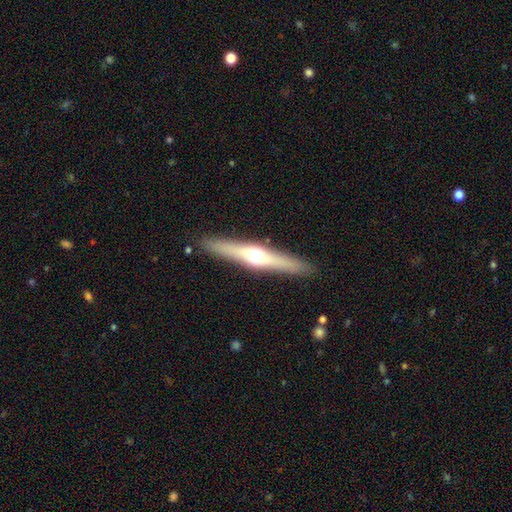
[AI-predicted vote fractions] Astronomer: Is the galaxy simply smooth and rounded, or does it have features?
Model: featured or disk — 62%.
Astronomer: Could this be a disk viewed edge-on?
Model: yes — 95%.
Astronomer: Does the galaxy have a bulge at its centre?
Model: rounded — 92%.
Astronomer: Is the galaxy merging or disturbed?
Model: none — 90%.